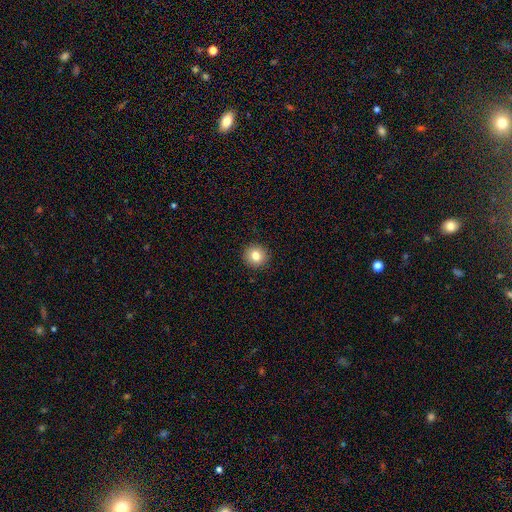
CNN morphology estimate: Q: Smooth or featured?
A: smooth (80%); runner-up: star or artifact (11%)
Q: How rounded?
A: round (93%); runner-up: in between (6%)
Q: Merging?
A: none (92%); runner-up: minor disturbance (5%)